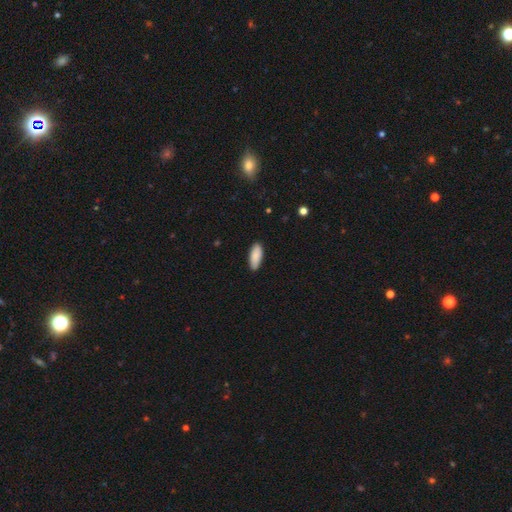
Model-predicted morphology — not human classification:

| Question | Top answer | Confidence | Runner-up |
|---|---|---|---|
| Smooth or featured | smooth | 89% | star or artifact (6%) |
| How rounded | in between | 77% | cigar-shaped (22%) |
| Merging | none | 88% | minor disturbance (9%) |